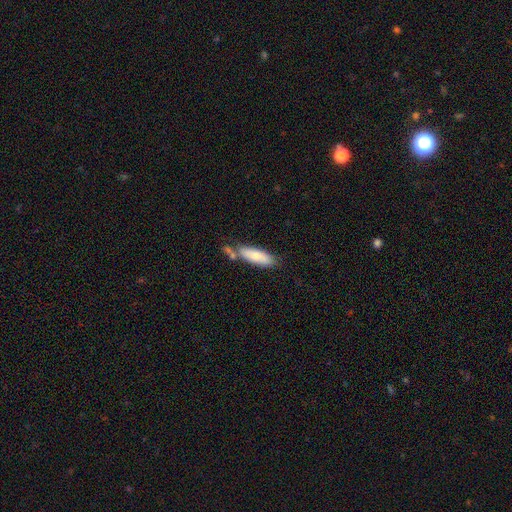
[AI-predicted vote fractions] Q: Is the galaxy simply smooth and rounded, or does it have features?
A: smooth — 74%.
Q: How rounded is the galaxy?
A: in between — 50%.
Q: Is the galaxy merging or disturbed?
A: none — 58%.